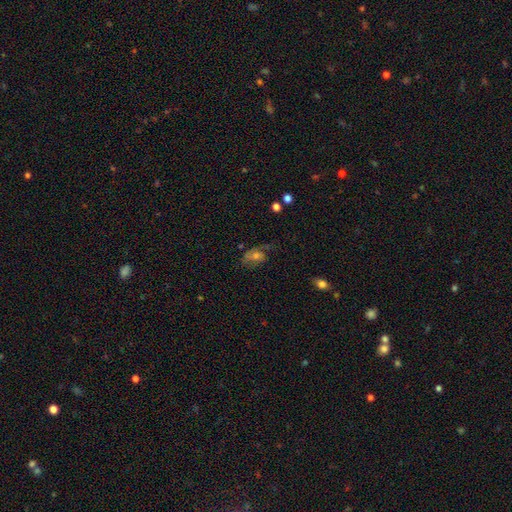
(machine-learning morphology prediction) Smooth or featured?
  - featured or disk: 55% *
  - smooth: 29%
  - star or artifact: 16%
Edge-on disk?
  - no: 94% *
  - yes: 6%
Bar?
  - no: 71% *
  - weak: 23%
  - strong: 5%
Spiral arms?
  - yes: 74% *
  - no: 26%
Bulge size?
  - moderate: 54% *
  - small: 35%
  - large: 6%
  - none: 4%
  - dominant: 2%
Merging?
  - none: 53% *
  - minor disturbance: 23%
  - major disturbance: 22%
  - merger: 3%